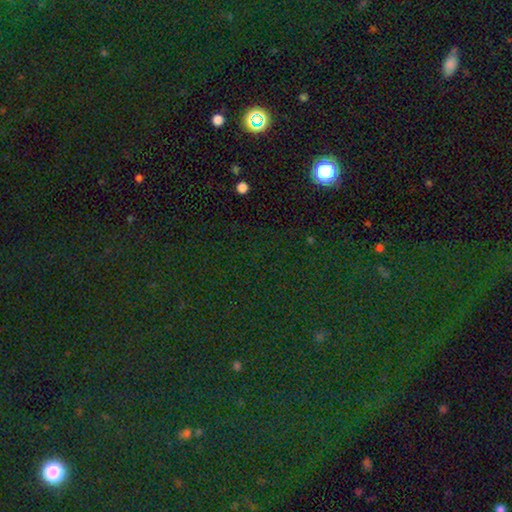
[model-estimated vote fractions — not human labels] Smooth or featured? star or artifact (79%)